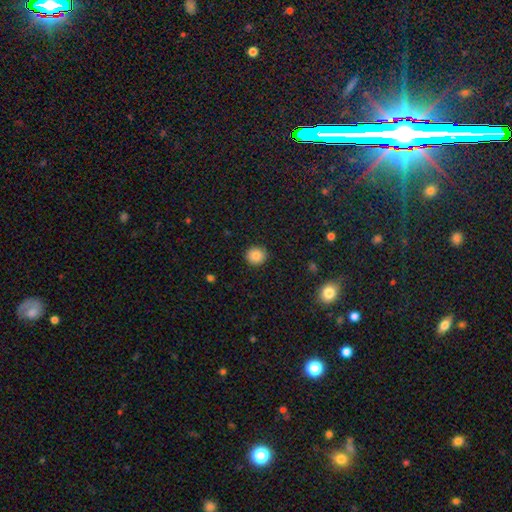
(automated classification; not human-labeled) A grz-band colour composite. It shows a smooth galaxy with no disk features (86%) that is round (88%). Merging: none (90%).